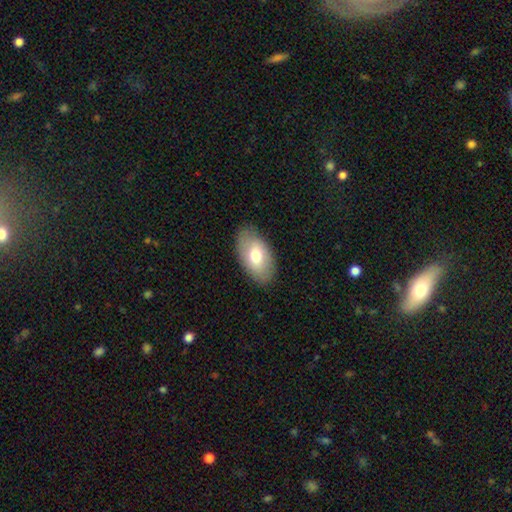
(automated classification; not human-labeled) Smooth or featured: smooth — 69% (featured or disk — 24%)
How rounded: in between — 93% (round — 5%)
Merging: none — 84% (minor disturbance — 12%)